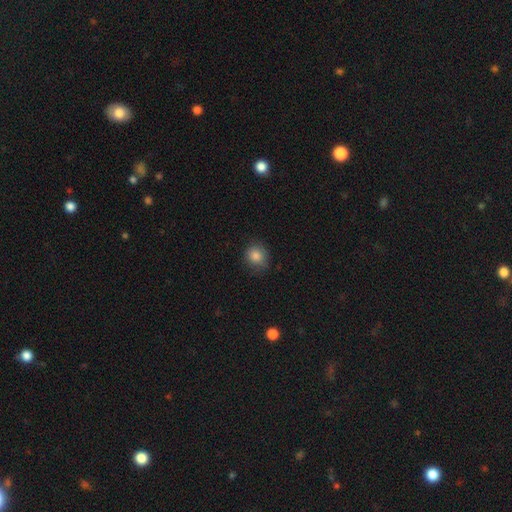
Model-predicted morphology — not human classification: A smooth galaxy with no disk features (85%) that is round (82%). Merging: none (80%).